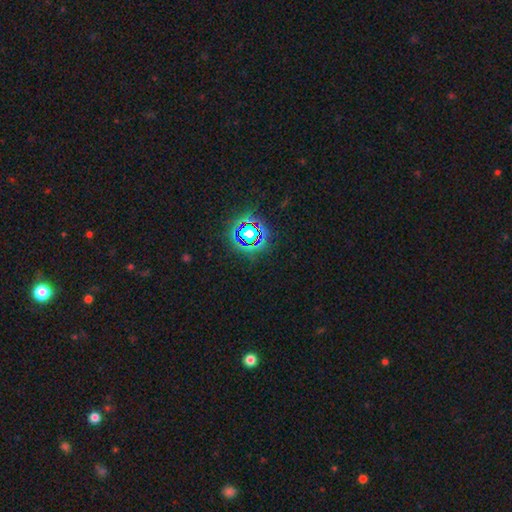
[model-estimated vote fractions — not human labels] smooth-or-featured: star or artifact: 76% | smooth: 17% | featured or disk: 8%